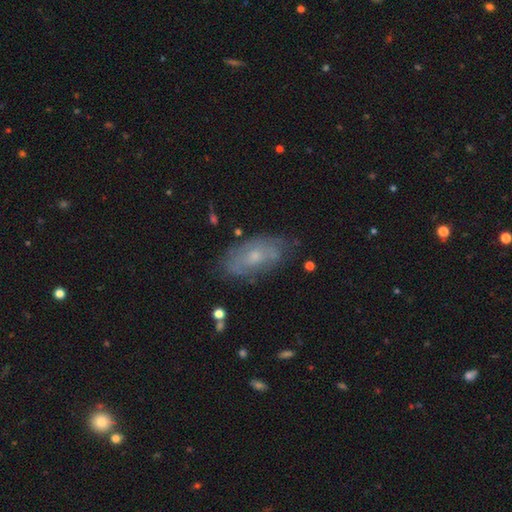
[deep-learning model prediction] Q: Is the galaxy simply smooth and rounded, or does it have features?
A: featured or disk — 55%.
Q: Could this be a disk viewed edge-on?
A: no — 90%.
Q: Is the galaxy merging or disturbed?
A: none — 69%.